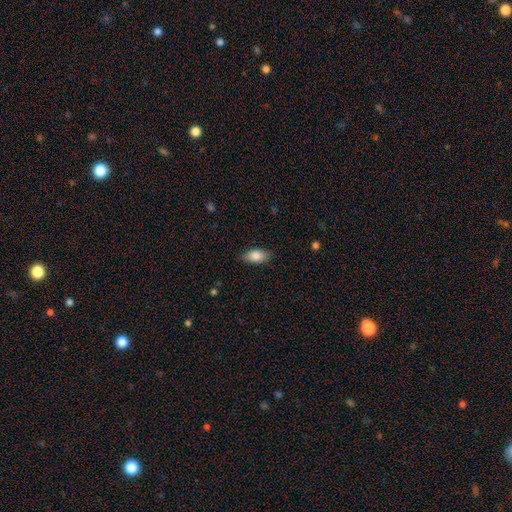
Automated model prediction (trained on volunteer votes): Smooth or featured?
  - smooth: 85% *
  - featured or disk: 8%
  - star or artifact: 7%
How rounded?
  - in between: 92% *
  - cigar-shaped: 5%
  - round: 3%
Merging?
  - none: 86% *
  - minor disturbance: 10%
  - major disturbance: 2%
  - merger: 1%